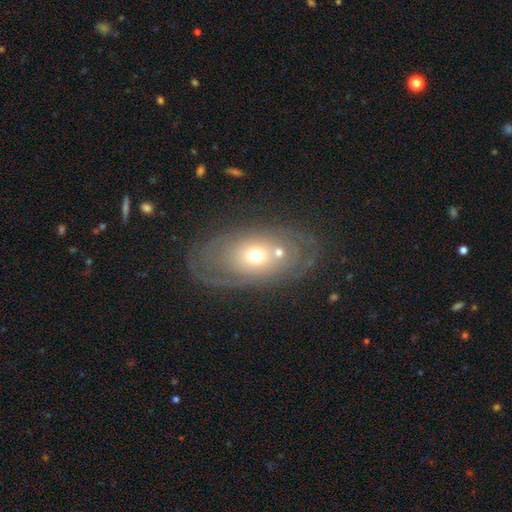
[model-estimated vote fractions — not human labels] Smooth or featured? Predicted: featured or disk (p=0.60). Edge-on disk? Predicted: no (p=0.90). Bar? Predicted: no (p=0.88). Spiral arms? Predicted: no (p=0.57). Bulge size? Predicted: moderate (p=0.61). Merging? Predicted: none (p=0.62).